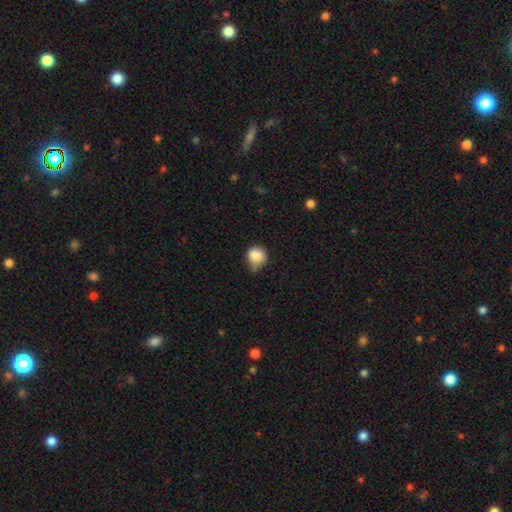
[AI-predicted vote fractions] A smooth galaxy with no disk features (86%) that is round (81%). Merging: none (46%).